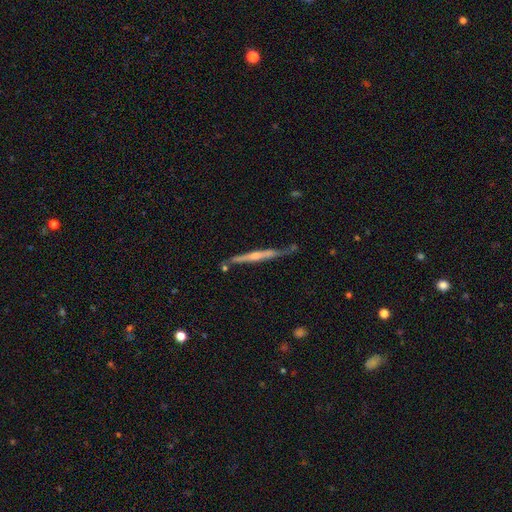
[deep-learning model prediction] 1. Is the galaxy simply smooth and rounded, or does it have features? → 71% featured or disk, 23% smooth, 6% star or artifact.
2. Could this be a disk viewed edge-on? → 96% yes, 4% no.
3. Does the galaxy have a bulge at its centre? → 63% rounded, 26% none, 11% boxy.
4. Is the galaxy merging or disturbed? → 70% none, 20% minor disturbance, 6% merger, 4% major disturbance.